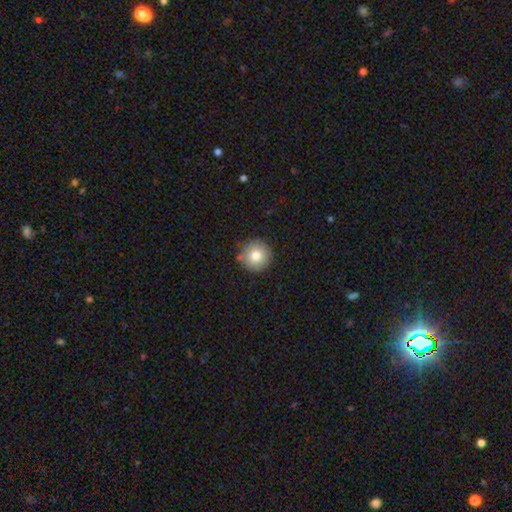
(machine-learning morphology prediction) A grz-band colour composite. It shows a smooth galaxy with no disk features (80%) that is round (95%). Merging: none (87%).